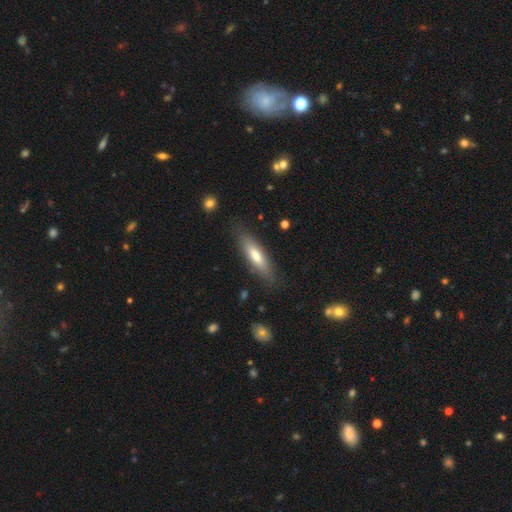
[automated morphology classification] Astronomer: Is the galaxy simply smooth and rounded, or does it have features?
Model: smooth — 68%.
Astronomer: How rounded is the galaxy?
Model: cigar-shaped — 66%.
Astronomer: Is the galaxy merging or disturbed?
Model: none — 83%.